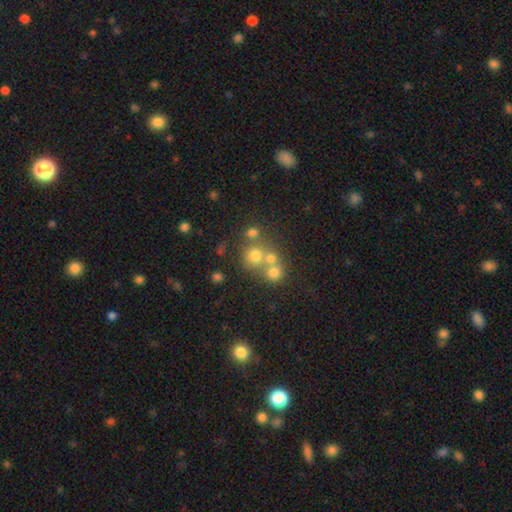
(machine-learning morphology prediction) Q: Smooth or featured?
A: smooth (62%); runner-up: featured or disk (19%)
Q: How rounded?
A: round (84%); runner-up: in between (15%)
Q: Merging?
A: none (46%); runner-up: merger (42%)